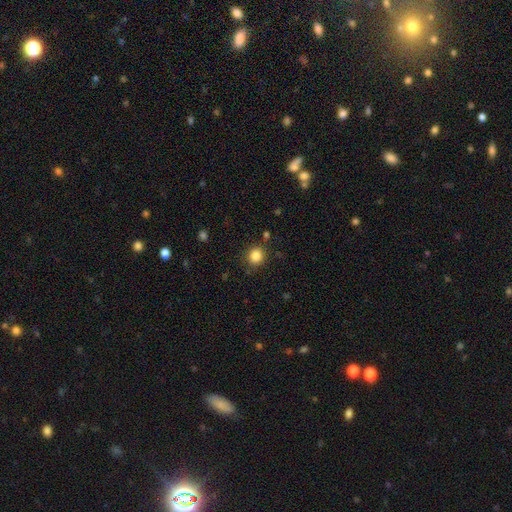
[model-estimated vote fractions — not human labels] Overall: smooth (84%). How rounded: round (84%). Merging: none (86%).